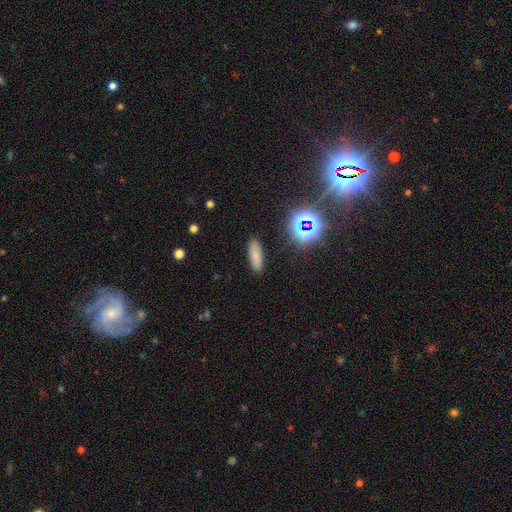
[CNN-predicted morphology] Smooth or featured: smooth — 74% (star or artifact — 16%)
How rounded: in between — 58% (cigar-shaped — 39%)
Merging: none — 87% (minor disturbance — 9%)